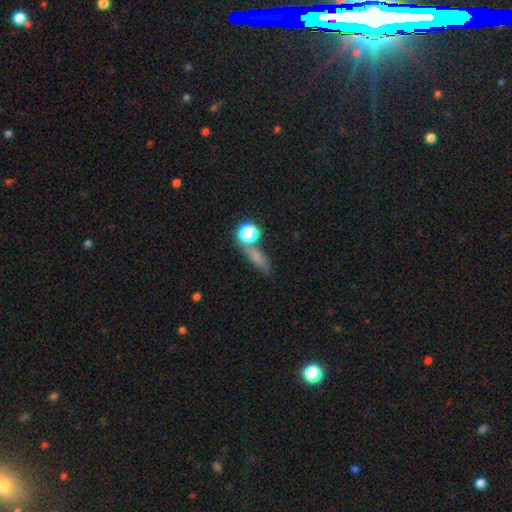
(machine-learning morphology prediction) Smooth or featured: smooth — 63% (star or artifact — 21%)
How rounded: cigar-shaped — 37% (in between — 36%)
Merging: none — 58% (merger — 17%)